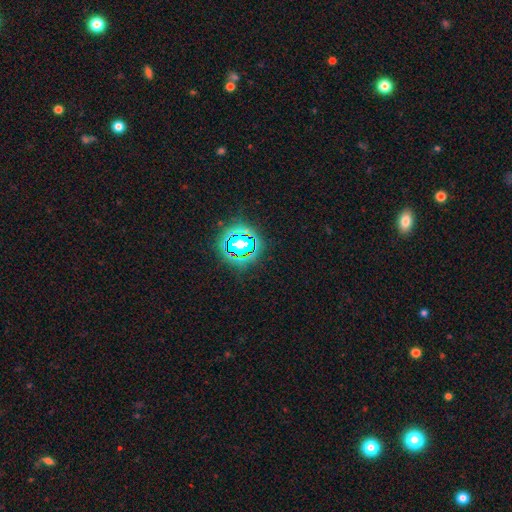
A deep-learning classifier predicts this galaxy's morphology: The model was most divided on "smooth or featured": star or artifact: 80%, smooth: 13%, featured or disk: 7%.